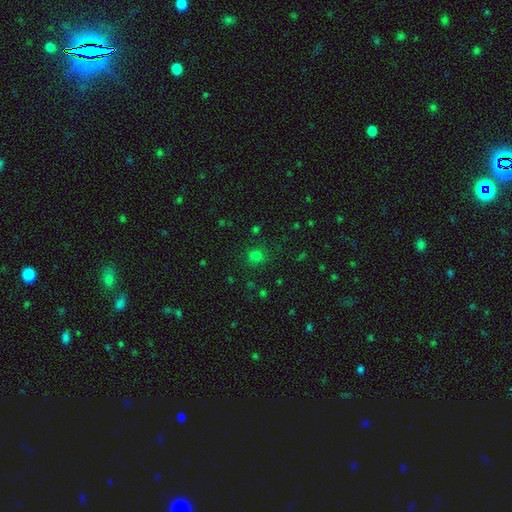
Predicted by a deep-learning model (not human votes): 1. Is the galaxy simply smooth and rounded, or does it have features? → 71% smooth, 25% star or artifact, 4% featured or disk.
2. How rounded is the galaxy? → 78% round, 21% in between, 1% cigar-shaped.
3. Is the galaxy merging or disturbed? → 82% none, 11% minor disturbance, 4% major disturbance, 2% merger.